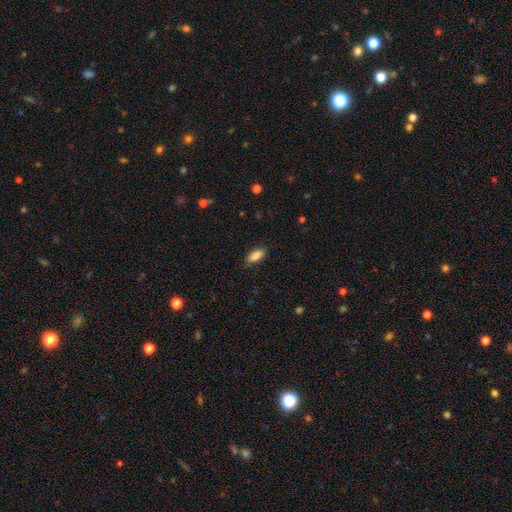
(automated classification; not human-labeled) This is clearly a smooth galaxy (84%). How rounded: clearly in between (84%). Merging: clearly none (84%).